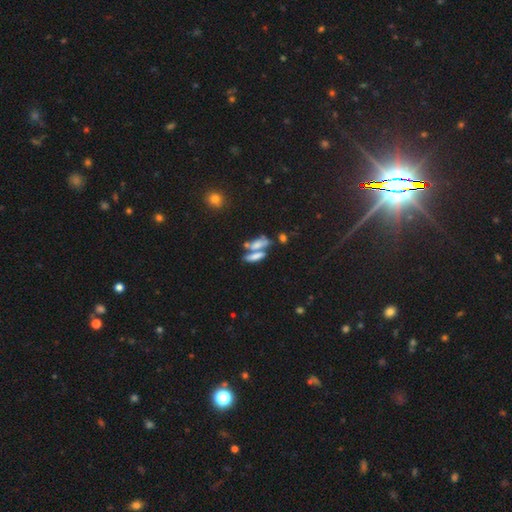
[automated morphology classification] smooth-or-featured: smooth: 62% | featured or disk: 26% | star or artifact: 12%
  how-rounded: in between: 48% (tied) | cigar-shaped: 48% (tied) | round: 5%
  merging: merger: 47% | none: 38% | minor disturbance: 10% | major disturbance: 5%